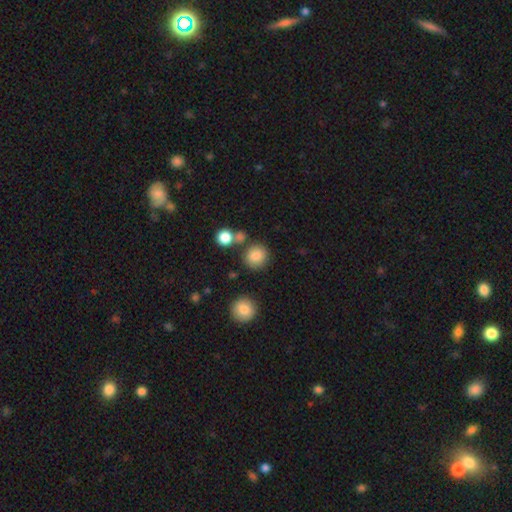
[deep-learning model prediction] Smooth or featured? smooth (83%)
How rounded? round (88%)
Merging? none (78%)